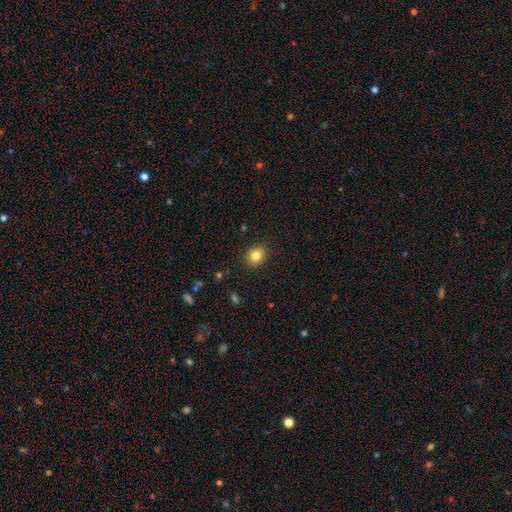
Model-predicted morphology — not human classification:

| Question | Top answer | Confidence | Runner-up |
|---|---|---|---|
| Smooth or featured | smooth | 82% | star or artifact (10%) |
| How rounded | round | 60% | in between (40%) |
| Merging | none | 89% | minor disturbance (8%) |